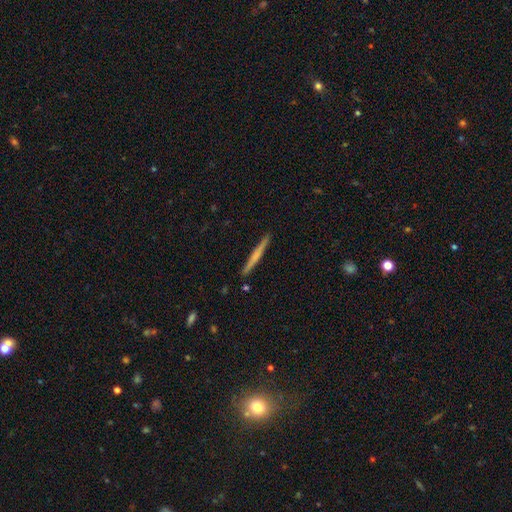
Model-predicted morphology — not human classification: Smooth or featured? smooth (50%)
How rounded? cigar-shaped (97%)
Merging? none (91%)